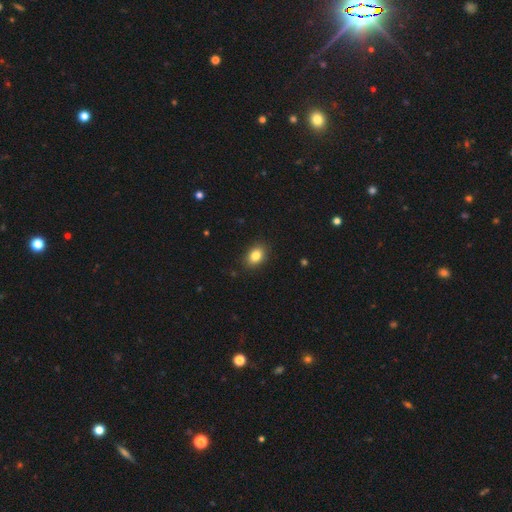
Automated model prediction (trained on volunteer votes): Overall: smooth (84%). How rounded: in between (77%). Merging: none (88%).